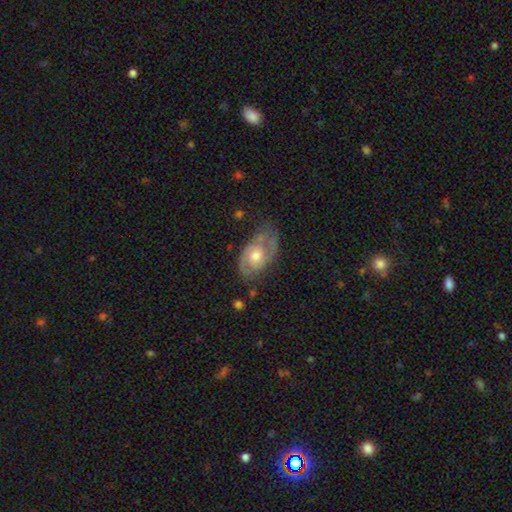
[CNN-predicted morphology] Overall: featured or disk (77%). Edge-on disk: no (95%). Bar: no (72%). Spiral arms: yes (88%). Spiral arm count: 2 (78%). Spiral winding: tight (43%, tied with medium). Bulge size: moderate (70%). Merging: none (58%; minor disturbance 27%).